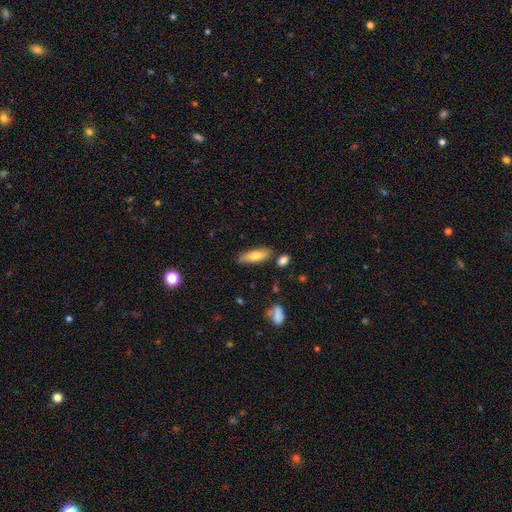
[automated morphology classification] Overall: smooth (69%). How rounded: in between (55%; cigar-shaped 43%). Merging: none (76%).